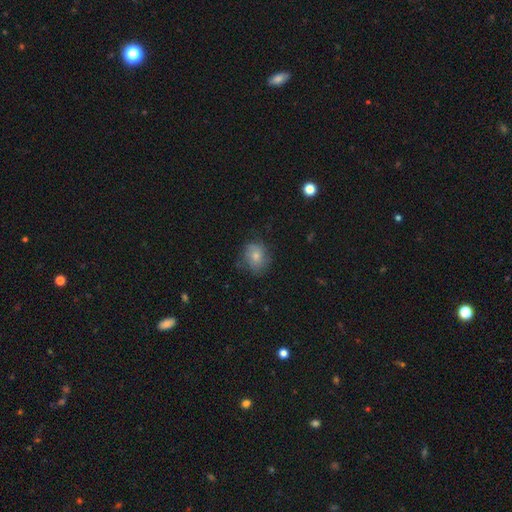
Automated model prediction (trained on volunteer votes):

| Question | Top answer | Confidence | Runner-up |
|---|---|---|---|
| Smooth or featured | smooth | 75% | featured or disk (16%) |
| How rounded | round | 62% | in between (37%) |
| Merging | none | 66% | minor disturbance (25%) |